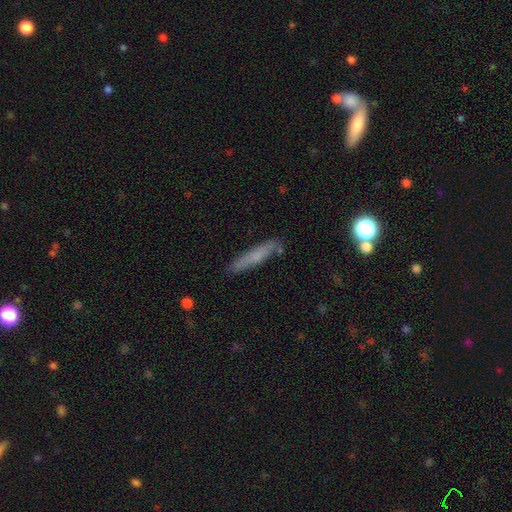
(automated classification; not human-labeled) Q: Smooth or featured?
A: smooth (63%); runner-up: featured or disk (28%)
Q: How rounded?
A: cigar-shaped (90%); runner-up: in between (8%)
Q: Merging?
A: none (82%); runner-up: minor disturbance (13%)